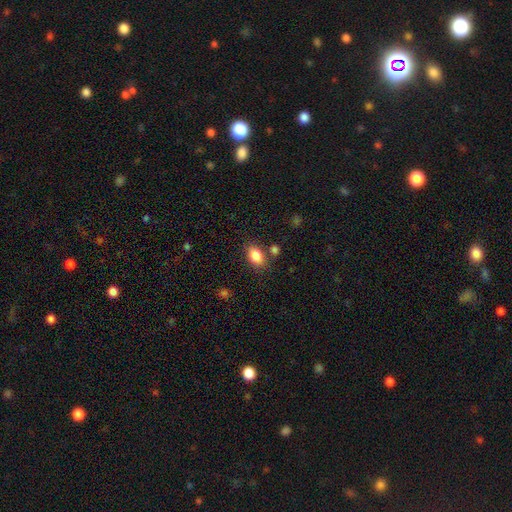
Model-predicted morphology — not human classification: Smooth or featured? smooth (85%)
How rounded? in between (86%)
Merging? none (76%)